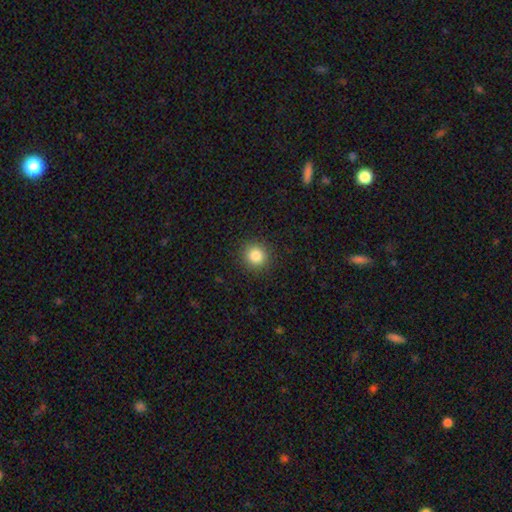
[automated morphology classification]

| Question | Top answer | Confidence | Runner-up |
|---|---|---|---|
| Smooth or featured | smooth | 84% | star or artifact (11%) |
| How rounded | round | 94% | in between (5%) |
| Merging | none | 91% | minor disturbance (6%) |